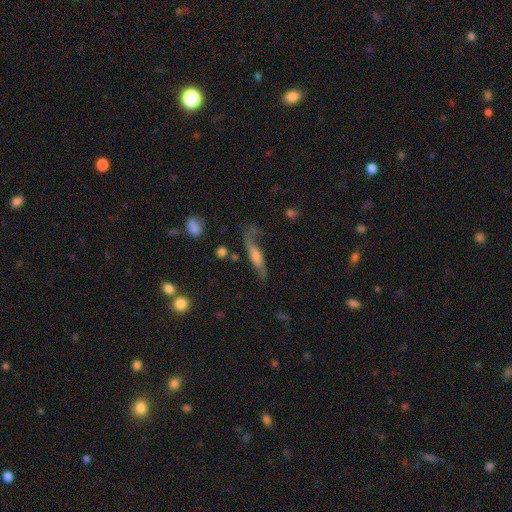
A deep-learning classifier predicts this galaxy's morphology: This is likely a featured or disk galaxy (65%). It is possibly not viewed edge-on (58%). Merging: possibly none (59%).